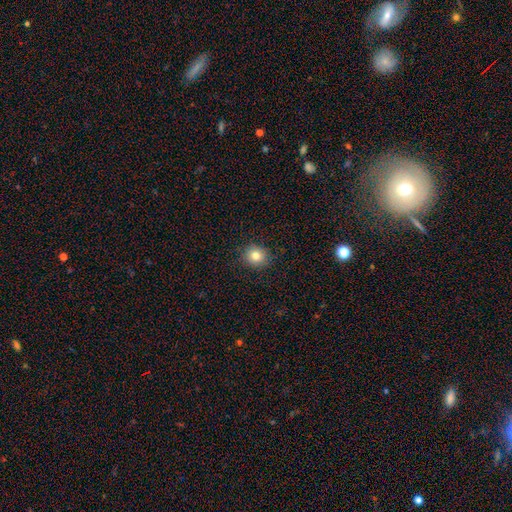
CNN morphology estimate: smooth_or_featured: smooth (p=0.80) [alt: star or artifact p=0.11]
how_rounded: round (p=0.84) [alt: in between p=0.15]
merging: none (p=0.89) [alt: minor disturbance p=0.08]